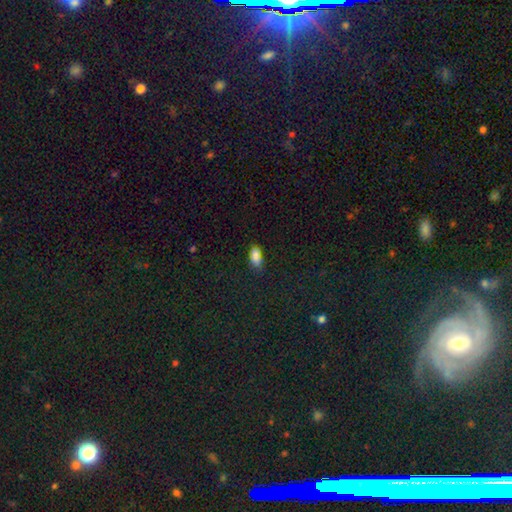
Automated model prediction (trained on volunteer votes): Smooth or featured? smooth (83%)
How rounded? in between (89%)
Merging? none (68%)